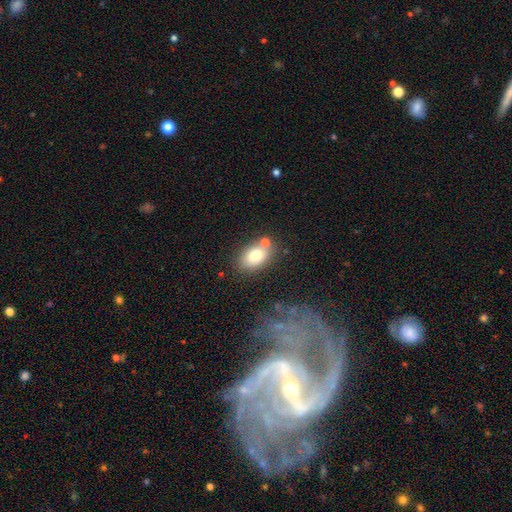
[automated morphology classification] A smooth galaxy with no disk features (75%) that is in between round and cigar-shaped (84%). Merging: none (68%).